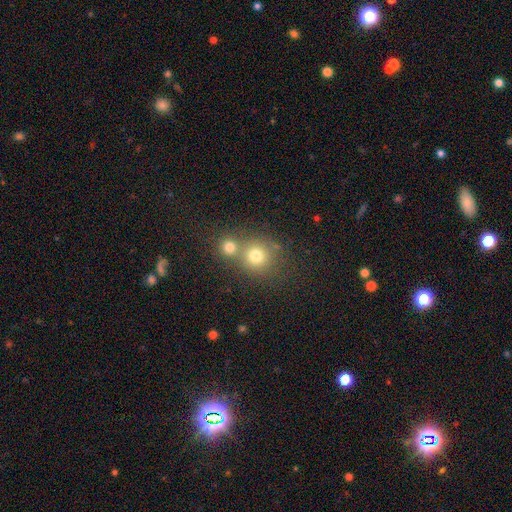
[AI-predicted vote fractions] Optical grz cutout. It shows a smooth galaxy with no disk features (74%) that is round (87%). Merging: none (50%).